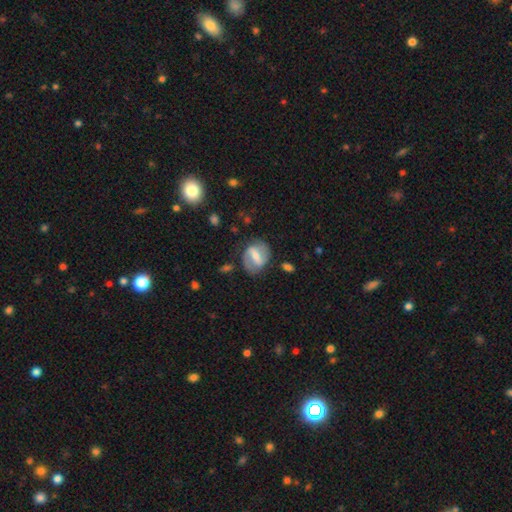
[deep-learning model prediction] smooth_or_featured: featured or disk (p=0.68) [alt: smooth p=0.26]
disk_edge_on: no (p=0.94) [alt: yes p=0.06]
bar: strong (p=0.64) [alt: weak p=0.27]
has_spiral_arms: yes (p=0.72) [alt: no p=0.28]
bulge_size: moderate (p=0.48) [alt: small p=0.39]
merging: none (p=0.76) [alt: minor disturbance p=0.15]